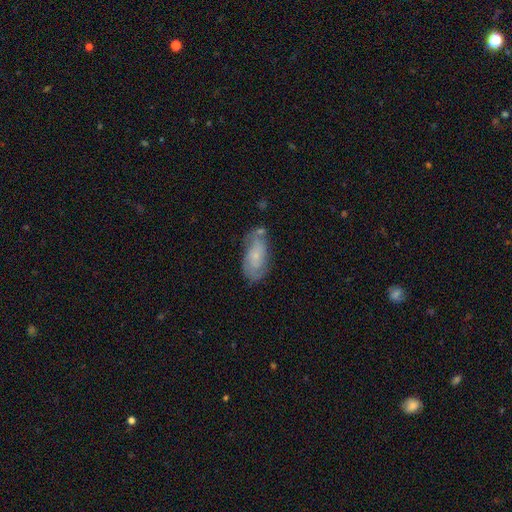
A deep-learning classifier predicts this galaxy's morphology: Smooth or featured: smooth — 46% (tied with featured or disk — 46%)
Merging: none — 55% (minor disturbance — 26%)